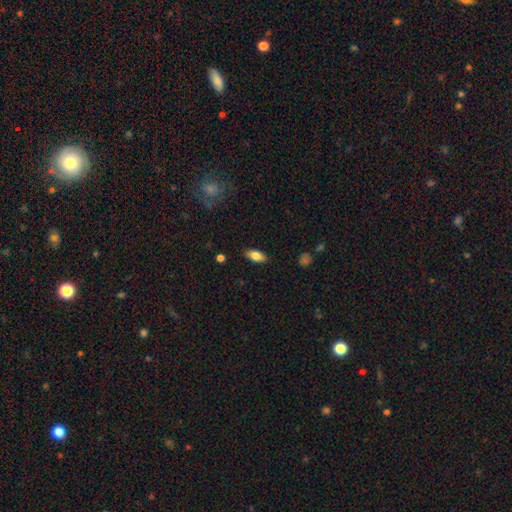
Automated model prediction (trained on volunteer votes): A smooth galaxy with no disk features (79%) that is in between round and cigar-shaped (85%).

Vote fractions:
- Smooth or featured? smooth: 79% / featured or disk: 14% / star or artifact: 7%
- How rounded? in between: 85% / cigar-shaped: 11% / round: 3%
- Merging? none: 86% / minor disturbance: 10% / major disturbance: 2% / merger: 1%